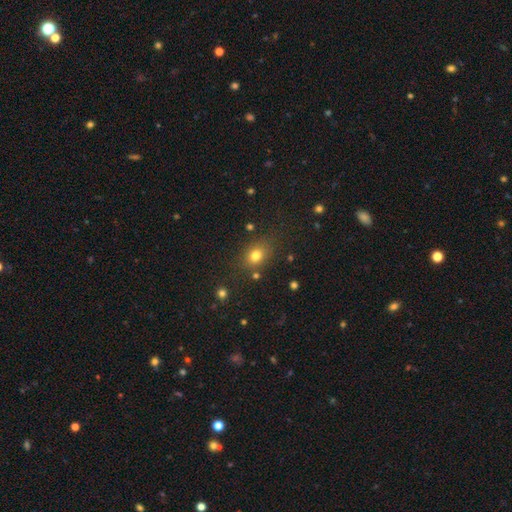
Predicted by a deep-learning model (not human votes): Smooth or featured? smooth (77%)
How rounded? in between (56%)
Merging? none (77%)